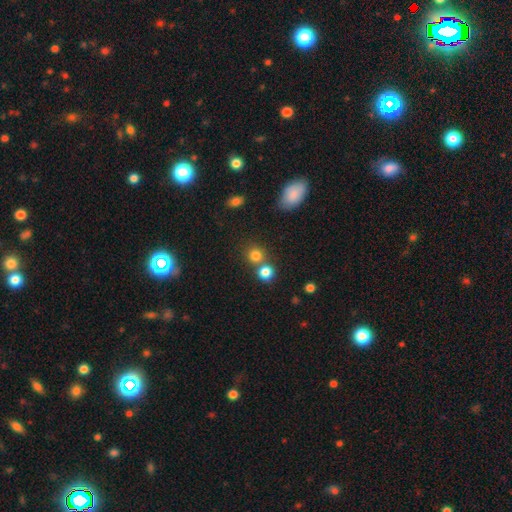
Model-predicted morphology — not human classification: smooth-or-featured: smooth: 80% | star or artifact: 14% | featured or disk: 7%
  how-rounded: round: 86% | in between: 13% | cigar-shaped: 1%
  merging: none: 59% | merger: 30% | minor disturbance: 7% | major disturbance: 3%